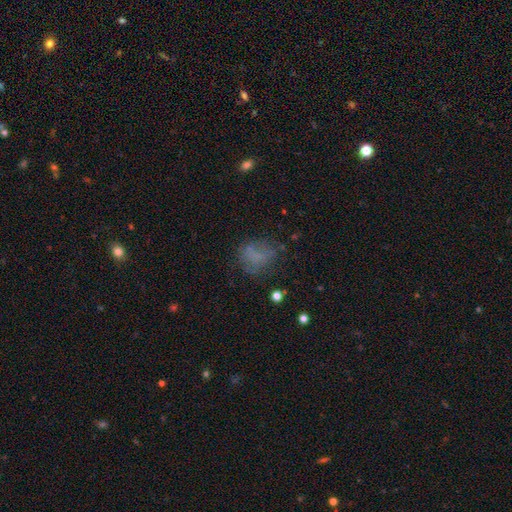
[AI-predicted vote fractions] smooth_or_featured: smooth (p=0.58) [alt: featured or disk p=0.23]
how_rounded: in between (p=0.53) [alt: round p=0.45]
merging: none (p=0.50) [alt: minor disturbance p=0.23]